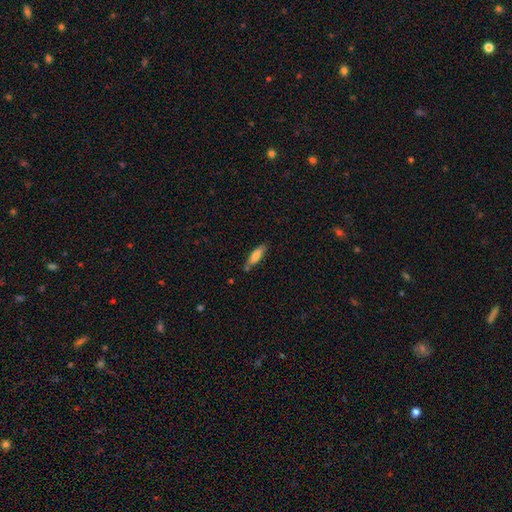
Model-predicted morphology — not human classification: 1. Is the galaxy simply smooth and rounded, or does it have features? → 76% smooth, 17% featured or disk, 6% star or artifact.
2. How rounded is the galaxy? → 51% cigar-shaped, 47% in between, 2% round.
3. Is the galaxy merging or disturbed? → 72% none, 18% minor disturbance, 6% merger, 3% major disturbance.